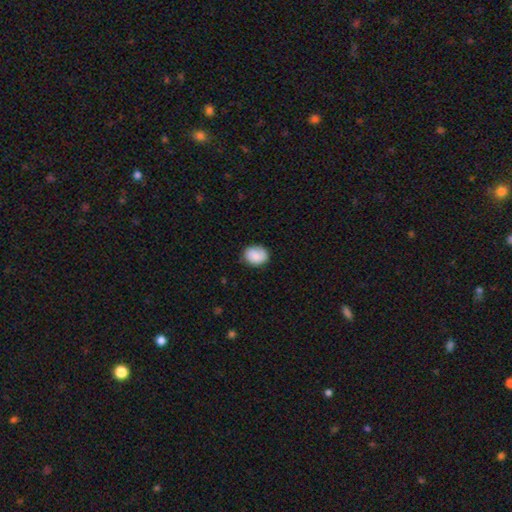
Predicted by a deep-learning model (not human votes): Q: Smooth or featured?
A: smooth (86%); runner-up: star or artifact (7%)
Q: How rounded?
A: in between (52%); runner-up: round (47%)
Q: Merging?
A: none (80%); runner-up: minor disturbance (16%)